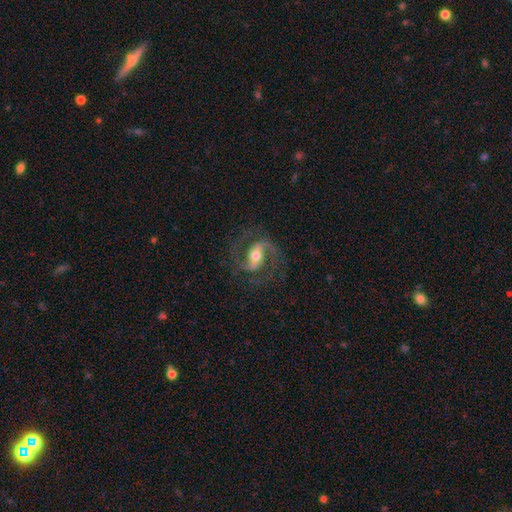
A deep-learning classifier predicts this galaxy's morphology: featured or disk 86%, smooth 8%, star or artifact 6%. Down the decision tree: edge-on disk — no (96%); bar — strong (47%); spiral arms — yes (95%); spiral arm count — 2 (91%); spiral winding — medium (59%); bulge size — moderate (68%); merging — none (76%).